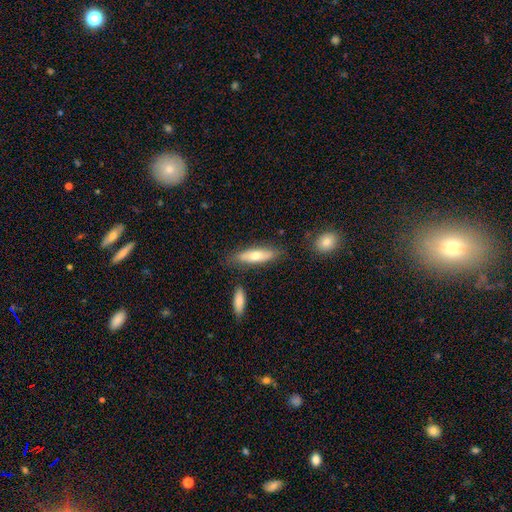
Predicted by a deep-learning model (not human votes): Smooth or featured? Predicted: smooth (p=0.62). How rounded? Predicted: cigar-shaped (p=0.60). Merging? Predicted: none (p=0.79).